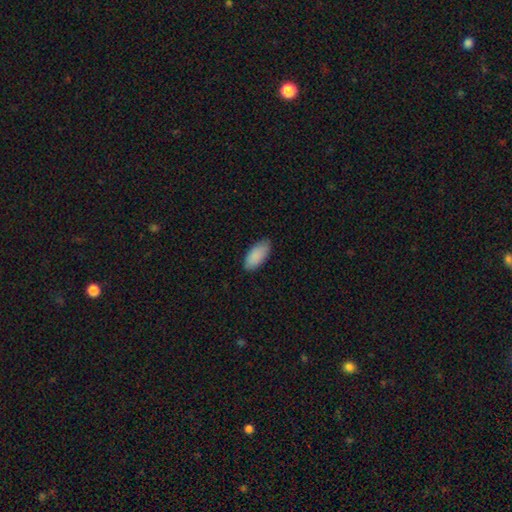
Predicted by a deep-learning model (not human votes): Overall: smooth (90%). How rounded: in between (92%). Merging: none (81%).